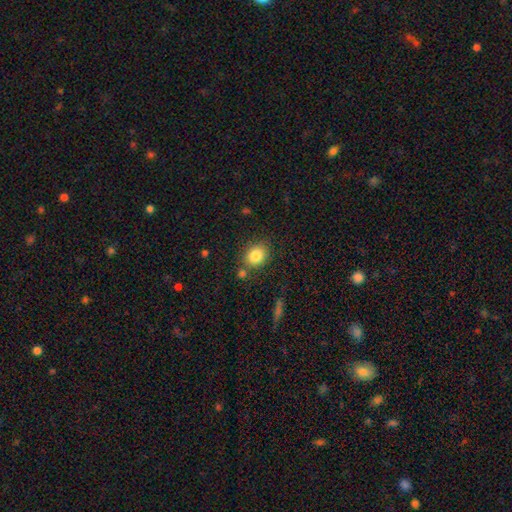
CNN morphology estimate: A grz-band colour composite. It shows a smooth galaxy with no disk features (83%) that is round (54%). Merging: none (75%).